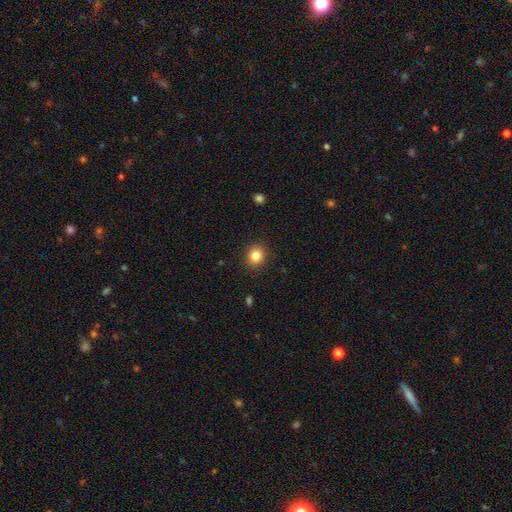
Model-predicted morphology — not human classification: smooth-or-featured: smooth: 84% | star or artifact: 10% | featured or disk: 6%
  how-rounded: round: 75% | in between: 24% | cigar-shaped: 1%
  merging: none: 90% | minor disturbance: 7% | major disturbance: 2% | merger: 1%